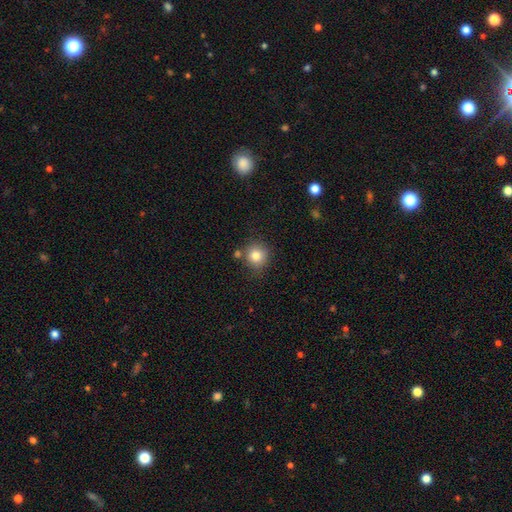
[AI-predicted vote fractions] Smooth or featured? smooth (81%)
How rounded? round (91%)
Merging? none (76%)